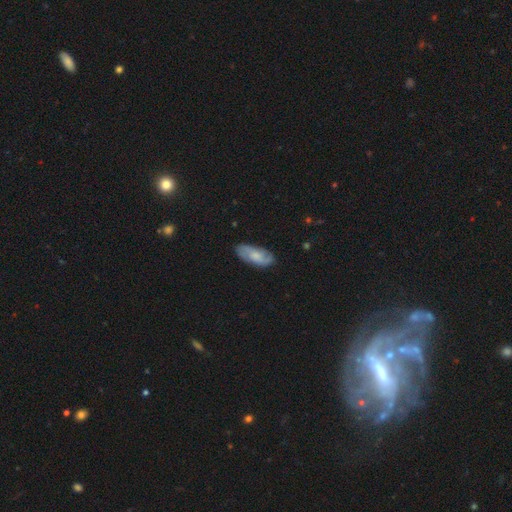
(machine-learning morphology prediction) smooth_or_featured: smooth (p=0.49) [alt: featured or disk p=0.44]
merging: none (p=0.77) [alt: minor disturbance p=0.18]